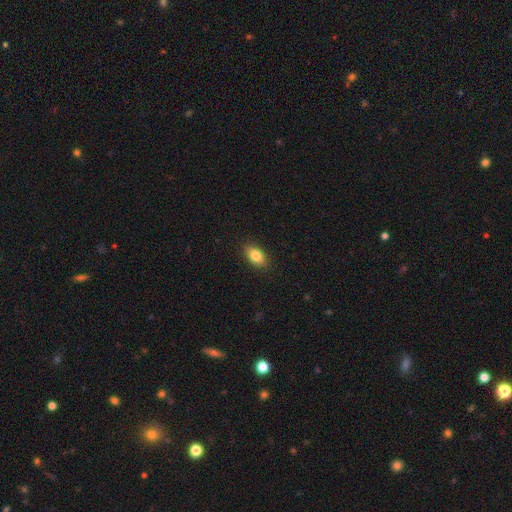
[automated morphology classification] Q: Smooth or featured?
A: smooth (83%); runner-up: featured or disk (9%)
Q: How rounded?
A: in between (88%); runner-up: round (8%)
Q: Merging?
A: none (88%); runner-up: minor disturbance (9%)